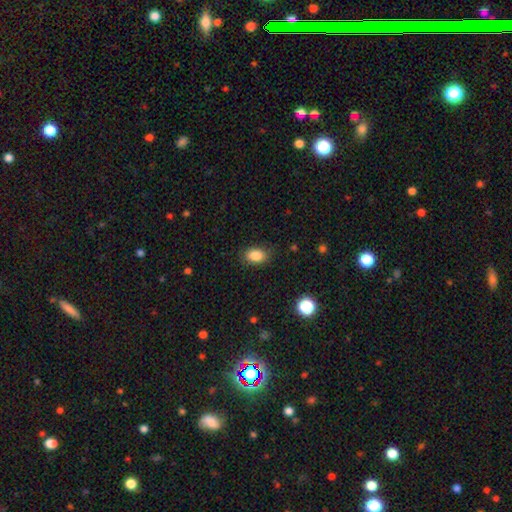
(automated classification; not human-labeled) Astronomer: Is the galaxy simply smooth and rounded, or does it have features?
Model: smooth — 85%.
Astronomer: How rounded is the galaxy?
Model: in between — 82%.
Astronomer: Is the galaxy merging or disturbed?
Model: none — 85%.